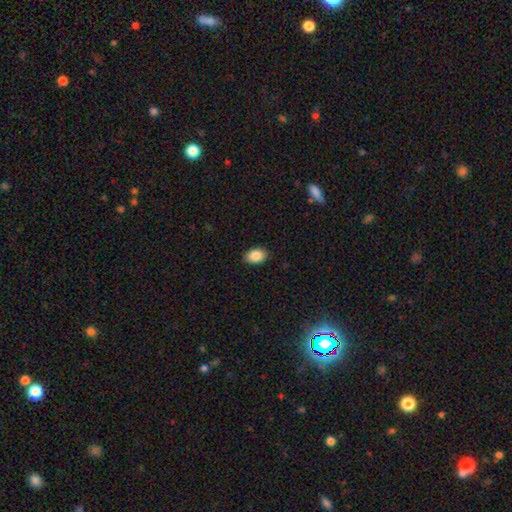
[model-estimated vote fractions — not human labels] smooth-or-featured: smooth: 87% | star or artifact: 8% | featured or disk: 5%
  how-rounded: in between: 83% | round: 16% | cigar-shaped: 1%
  merging: none: 88% | minor disturbance: 9% | major disturbance: 2% | merger: 1%